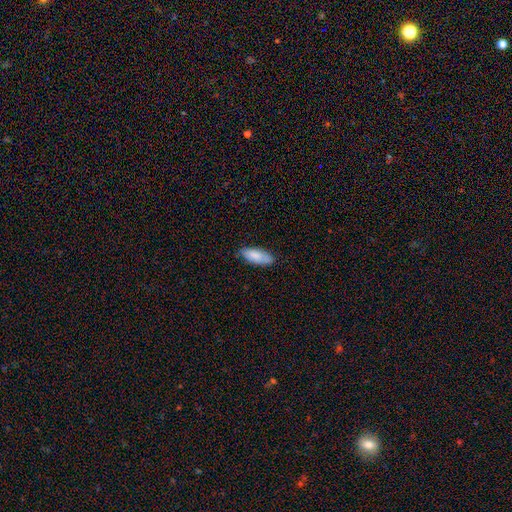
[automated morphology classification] smooth_or_featured: smooth (p=0.84) [alt: featured or disk p=0.10]
how_rounded: in between (p=0.77) [alt: cigar-shaped p=0.21]
merging: none (p=0.78) [alt: minor disturbance p=0.18]